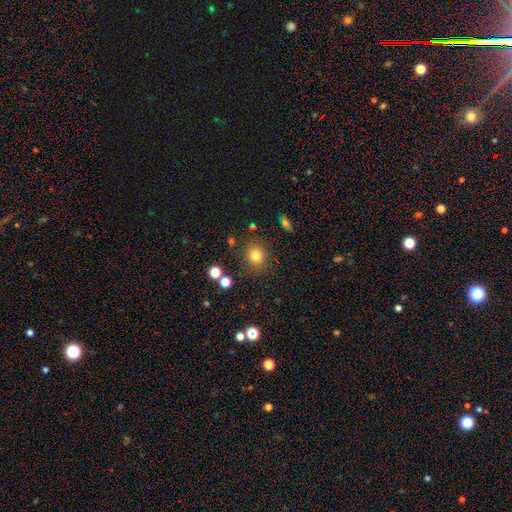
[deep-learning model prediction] A smooth galaxy with no disk features (79%) that is round (82%). Merging: none (82%).